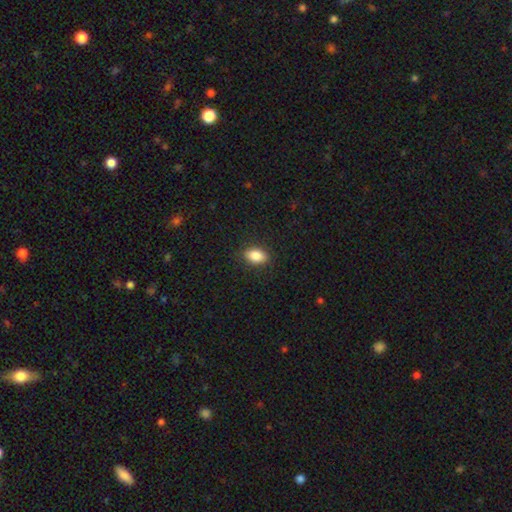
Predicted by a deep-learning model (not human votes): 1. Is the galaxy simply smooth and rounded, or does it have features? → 86% smooth, 8% star or artifact, 6% featured or disk.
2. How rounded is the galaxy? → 87% in between, 10% round, 3% cigar-shaped.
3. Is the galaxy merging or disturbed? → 88% none, 9% minor disturbance, 2% major disturbance, 1% merger.